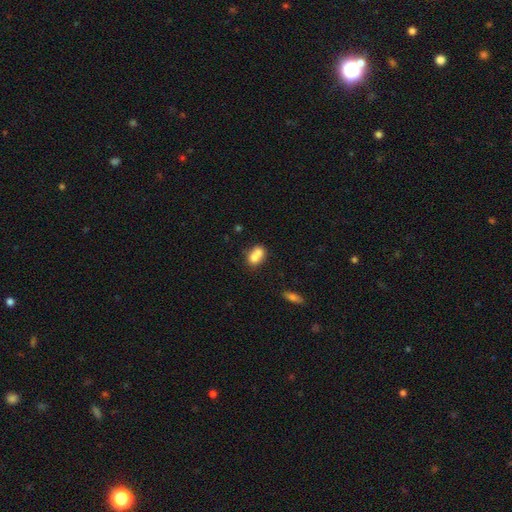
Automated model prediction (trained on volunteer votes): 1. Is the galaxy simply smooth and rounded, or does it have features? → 70% smooth, 21% featured or disk, 9% star or artifact.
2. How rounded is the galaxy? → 51% in between, 47% round, 1% cigar-shaped.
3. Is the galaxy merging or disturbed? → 64% merger, 25% none, 8% minor disturbance, 3% major disturbance.